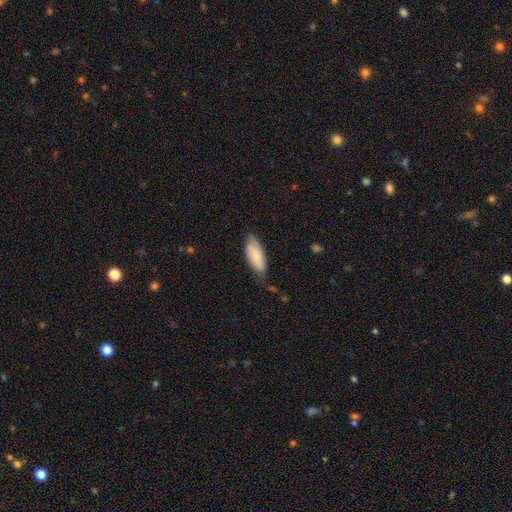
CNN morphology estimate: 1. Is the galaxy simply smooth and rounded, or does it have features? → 75% smooth, 19% featured or disk, 6% star or artifact.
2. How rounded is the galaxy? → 80% in between, 18% cigar-shaped, 2% round.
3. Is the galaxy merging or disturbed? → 65% none, 28% minor disturbance, 5% major disturbance, 2% merger.